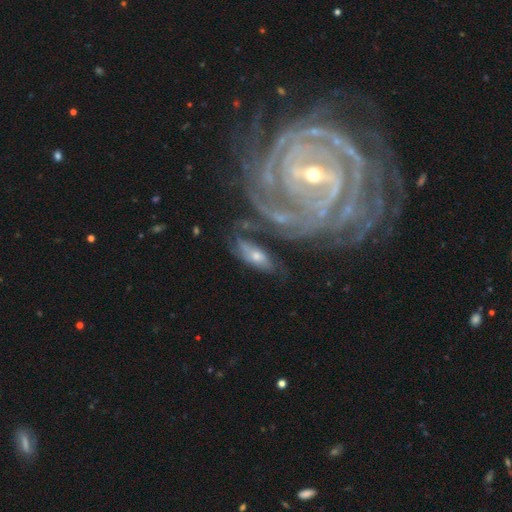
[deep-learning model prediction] Smooth or featured?
  - featured or disk: 59% *
  - smooth: 33%
  - star or artifact: 8%
Edge-on disk?
  - no: 83% *
  - yes: 17%
Merging?
  - none: 45% *
  - minor disturbance: 22%
  - merger: 17%
  - major disturbance: 16%